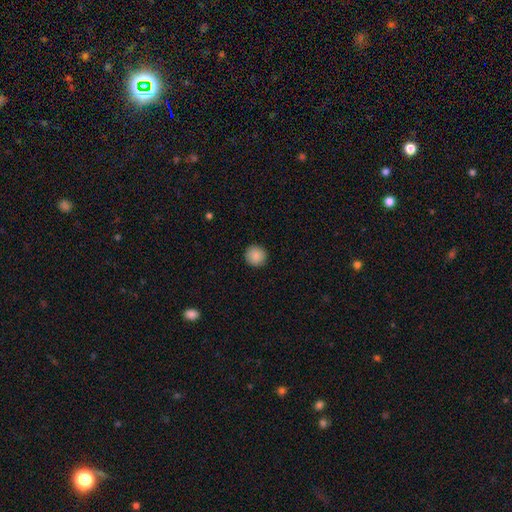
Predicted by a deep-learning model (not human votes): smooth-or-featured: smooth: 89% | star or artifact: 8% | featured or disk: 3%
  how-rounded: round: 95% | in between: 4% | cigar-shaped: 1%
  merging: none: 93% | minor disturbance: 5% | major disturbance: 2% | merger: 1%